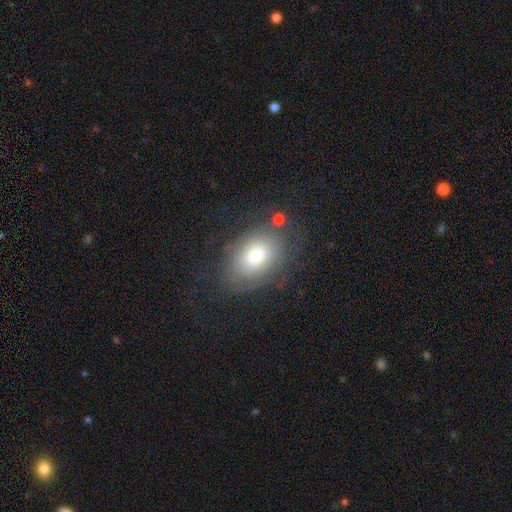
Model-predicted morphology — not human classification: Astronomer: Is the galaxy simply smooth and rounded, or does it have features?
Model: smooth — 63%.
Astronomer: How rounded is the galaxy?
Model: in between — 78%.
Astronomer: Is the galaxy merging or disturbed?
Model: none — 67%.